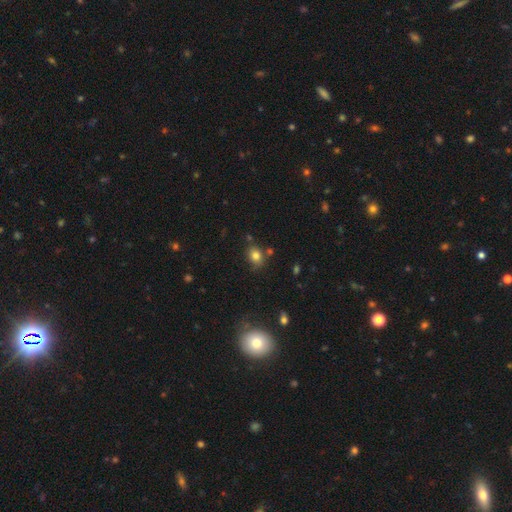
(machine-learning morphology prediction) Smooth or featured? Predicted: smooth (p=0.79). How rounded? Predicted: in between (p=0.55). Merging? Predicted: none (p=0.72).